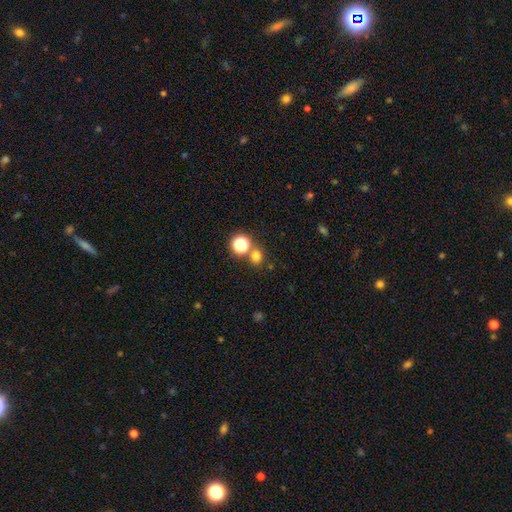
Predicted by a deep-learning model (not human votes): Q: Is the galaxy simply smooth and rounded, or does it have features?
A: smooth — 72%.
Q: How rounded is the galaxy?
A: round — 79%.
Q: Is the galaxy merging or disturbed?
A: none — 69%.